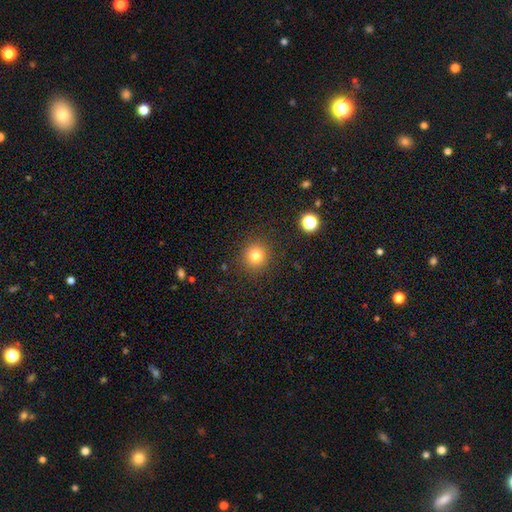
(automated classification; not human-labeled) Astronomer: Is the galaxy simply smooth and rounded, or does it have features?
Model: smooth — 79%.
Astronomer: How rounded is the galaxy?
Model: round — 93%.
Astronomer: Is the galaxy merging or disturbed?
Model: none — 90%.